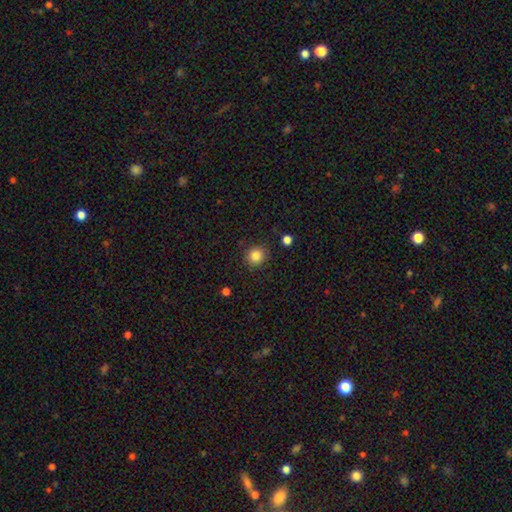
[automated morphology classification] Smooth or featured? smooth (85%)
How rounded? round (89%)
Merging? none (88%)